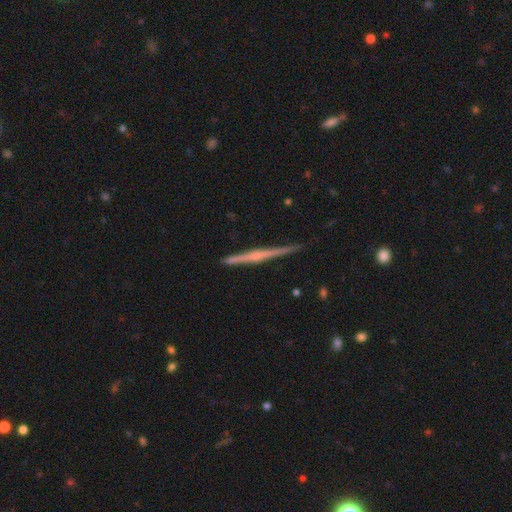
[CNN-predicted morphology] The model was most divided on "edge-on bulge": rounded: 52%, none: 36%, boxy: 12%. More confident: edge-on disk — yes (98%); merging — none (89%); smooth or featured — featured or disk (75%).